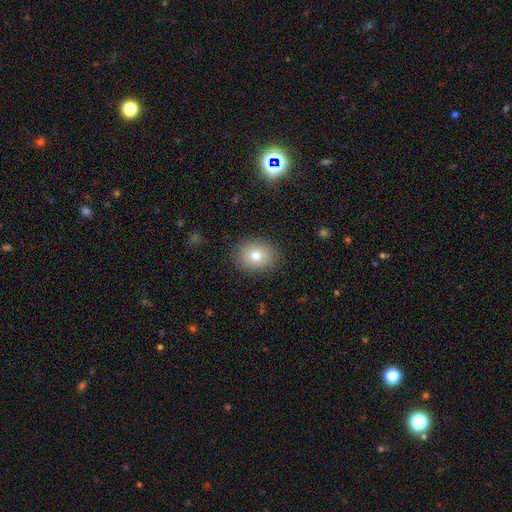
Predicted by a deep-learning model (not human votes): Q: Smooth or featured?
A: smooth (79%); runner-up: featured or disk (11%)
Q: How rounded?
A: in between (52%); runner-up: round (47%)
Q: Merging?
A: none (88%); runner-up: minor disturbance (9%)